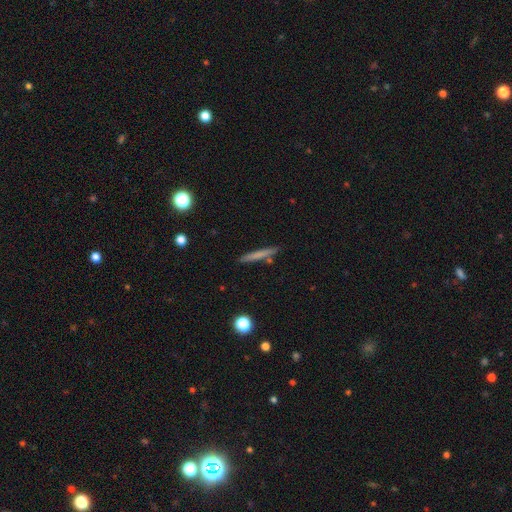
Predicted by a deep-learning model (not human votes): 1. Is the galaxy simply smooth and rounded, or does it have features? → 63% smooth, 30% featured or disk, 7% star or artifact.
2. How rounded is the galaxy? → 95% cigar-shaped, 3% in between, 2% round.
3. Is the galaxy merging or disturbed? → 88% none, 8% minor disturbance, 2% merger, 2% major disturbance.